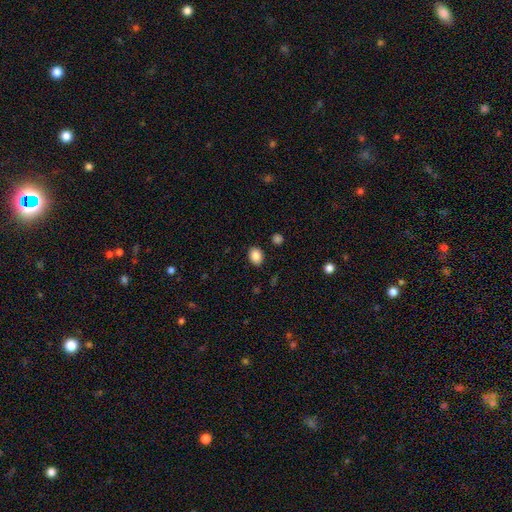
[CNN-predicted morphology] smooth_or_featured: smooth (p=0.87) [alt: star or artifact p=0.09]
how_rounded: in between (p=0.60) [alt: round p=0.39]
merging: none (p=0.87) [alt: minor disturbance p=0.09]